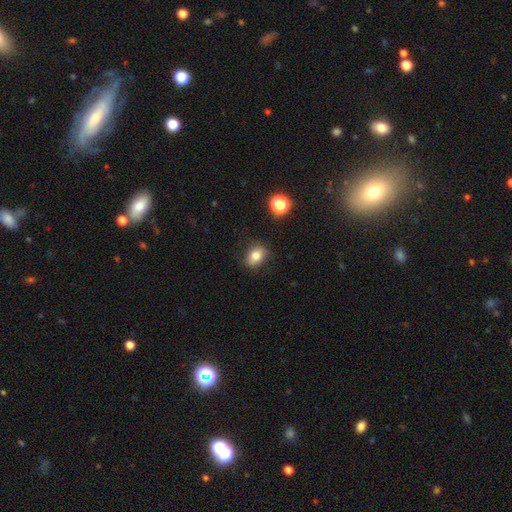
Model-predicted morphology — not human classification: smooth 79%, star or artifact 11%, featured or disk 10%. Down the decision tree: how rounded — in between (63%); merging — none (81%).